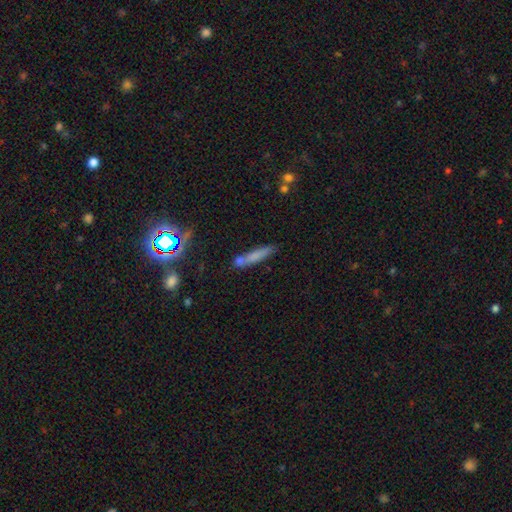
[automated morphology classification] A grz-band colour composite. It shows a smooth galaxy with no disk features (70%) that is cigar-shaped (88%). Merging: none (65%).